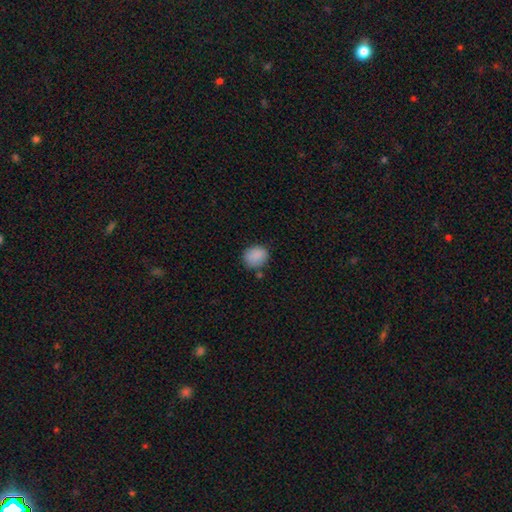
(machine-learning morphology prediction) smooth-or-featured: smooth: 88% | star or artifact: 8% | featured or disk: 4%
  how-rounded: round: 58% | in between: 41% | cigar-shaped: 1%
  merging: none: 75% | minor disturbance: 17% | merger: 4% | major disturbance: 4%